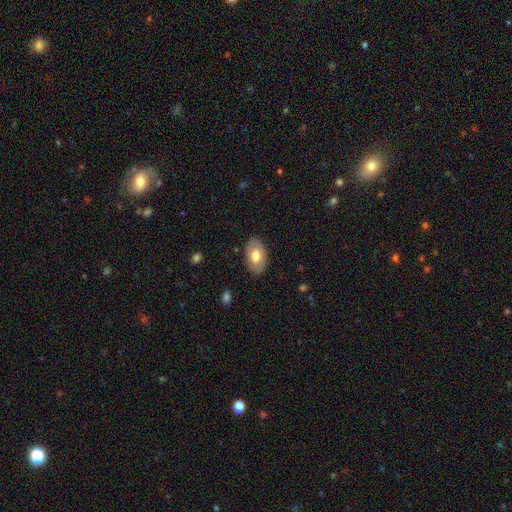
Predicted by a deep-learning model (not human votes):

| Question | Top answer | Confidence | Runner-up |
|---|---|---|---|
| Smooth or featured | smooth | 66% | featured or disk (28%) |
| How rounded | in between | 93% | round (6%) |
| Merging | none | 84% | minor disturbance (12%) |